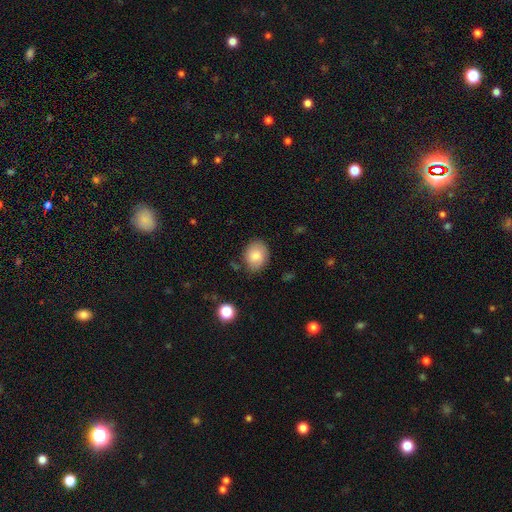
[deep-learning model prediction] A smooth galaxy with no disk features (81%) that is in between round and cigar-shaped (54%). Merging: none (76%).